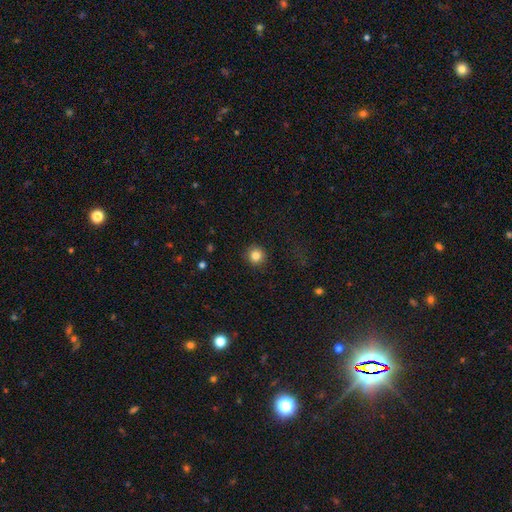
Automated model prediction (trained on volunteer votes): This appears to be a smooth galaxy with no disk features (83%) that is round (94%). Merging: none (90%).